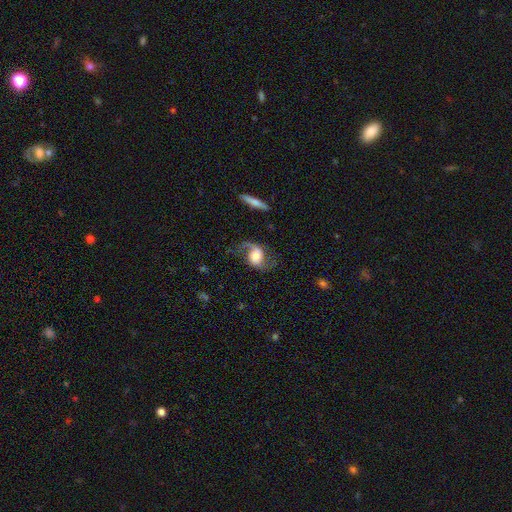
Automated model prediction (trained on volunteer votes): Smooth or featured? featured or disk (73%)
Edge-on disk? no (96%)
Bar? no (52%)
Spiral arms? yes (94%)
Spiral winding? loose (64%)
Spiral arm count? 2 (80%)
Bulge size? large (36%, tied with moderate)
Merging? none (59%)